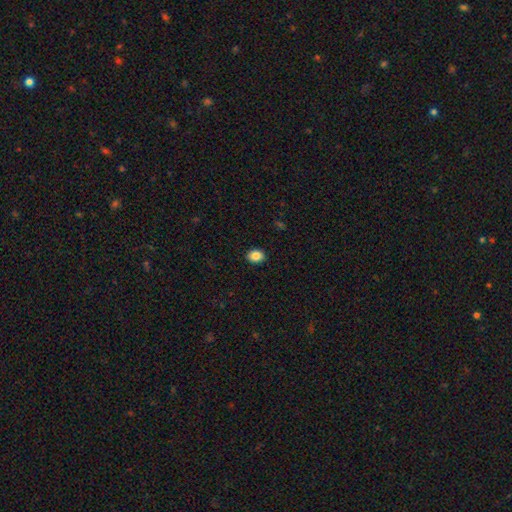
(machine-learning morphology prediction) This appears to be a smooth galaxy with no disk features (87%) that is in between round and cigar-shaped (56%). Merging: none (90%).